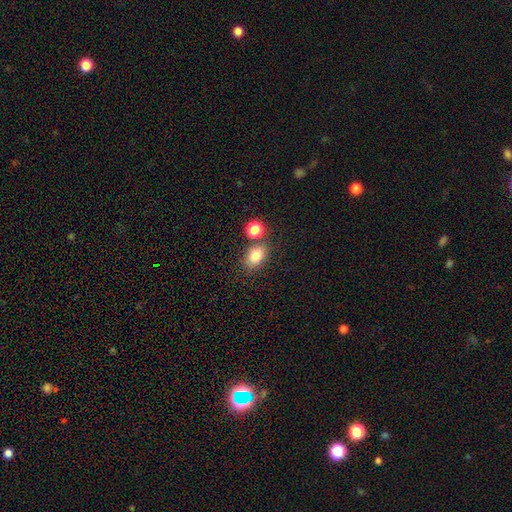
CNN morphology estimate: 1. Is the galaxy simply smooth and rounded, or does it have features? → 81% smooth, 11% star or artifact, 9% featured or disk.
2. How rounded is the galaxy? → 74% in between, 24% round, 2% cigar-shaped.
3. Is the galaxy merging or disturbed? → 68% none, 16% merger, 12% minor disturbance, 4% major disturbance.